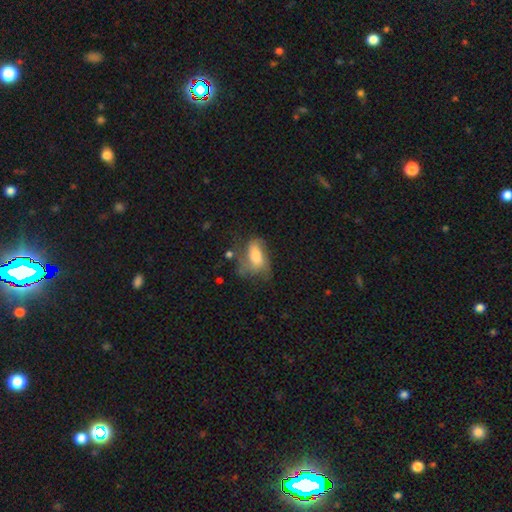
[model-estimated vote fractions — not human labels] Smooth or featured: smooth — 54% (featured or disk — 36%)
How rounded: in between — 87% (round — 7%)
Merging: none — 37% (major disturbance — 30%)